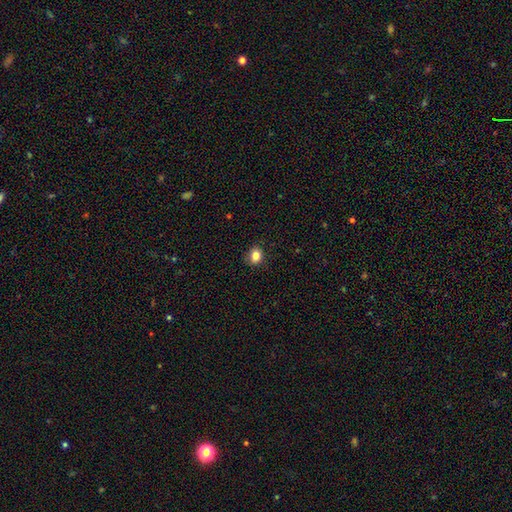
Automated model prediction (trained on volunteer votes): Smooth or featured: smooth — 83% (star or artifact — 10%)
How rounded: round — 52% (in between — 47%)
Merging: none — 83% (minor disturbance — 13%)